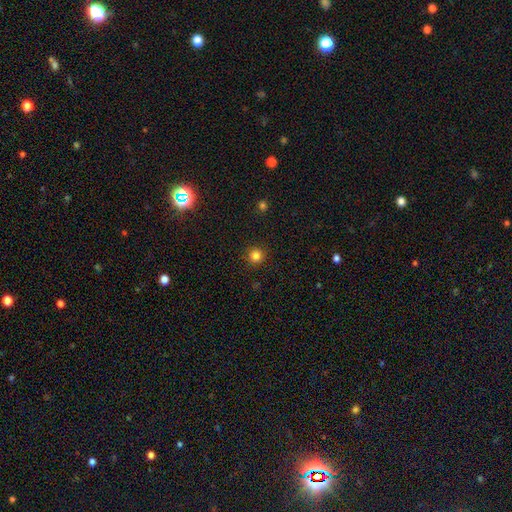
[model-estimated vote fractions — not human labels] Smooth or featured? Predicted: smooth (p=0.82). How rounded? Predicted: round (p=0.95). Merging? Predicted: none (p=0.92).